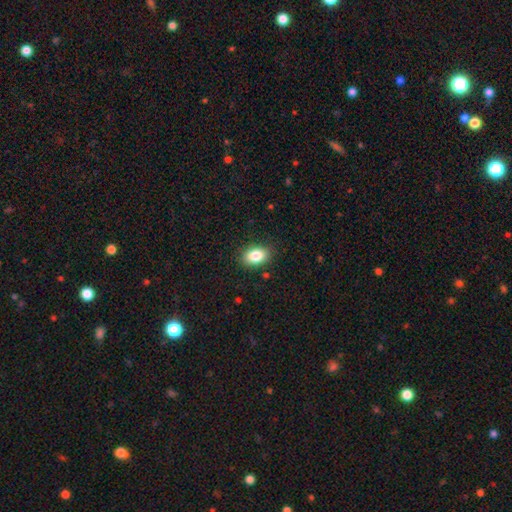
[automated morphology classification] smooth_or_featured: smooth (p=0.84) [alt: star or artifact p=0.08]
how_rounded: in between (p=0.85) [alt: round p=0.13]
merging: none (p=0.87) [alt: minor disturbance p=0.10]